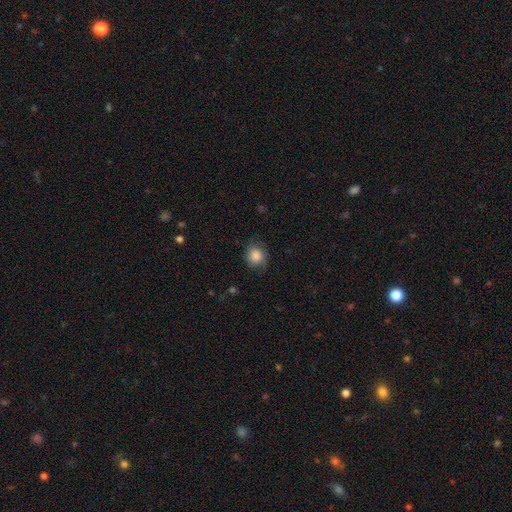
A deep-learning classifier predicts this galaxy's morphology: The model was most divided on "how rounded": round: 74%, in between: 25%, cigar-shaped: 1%. More confident: smooth or featured — smooth (83%); merging — none (72%).